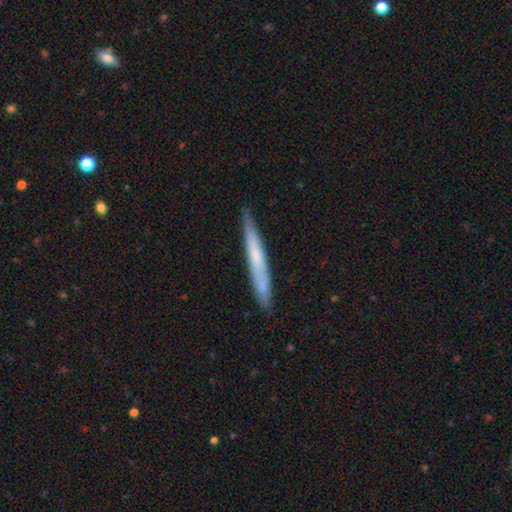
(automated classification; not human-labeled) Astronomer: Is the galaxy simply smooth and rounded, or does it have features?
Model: smooth — 52% (runner-up: featured or disk, 42%).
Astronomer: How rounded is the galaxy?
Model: cigar-shaped — 96%.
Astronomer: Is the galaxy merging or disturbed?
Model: none — 85%.